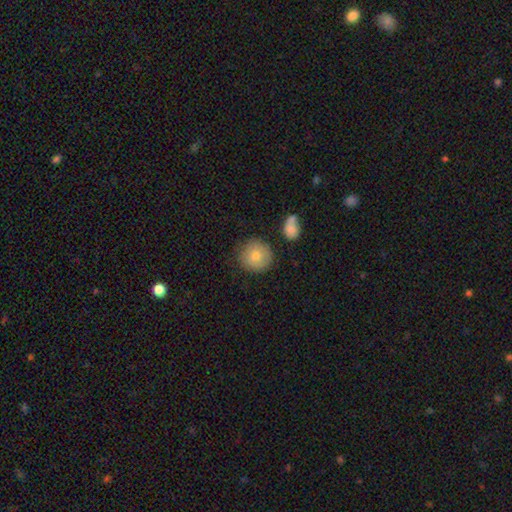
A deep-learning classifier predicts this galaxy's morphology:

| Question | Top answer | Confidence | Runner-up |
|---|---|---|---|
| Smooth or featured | smooth | 79% | featured or disk (13%) |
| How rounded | round | 92% | in between (7%) |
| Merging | none | 79% | minor disturbance (14%) |